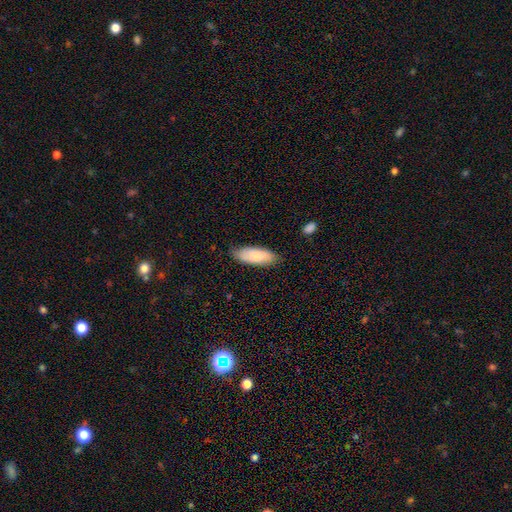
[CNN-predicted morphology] The model was most divided on "how rounded": in between: 67%, cigar-shaped: 31%, round: 2%. More confident: smooth or featured — smooth (84%); merging — none (80%).